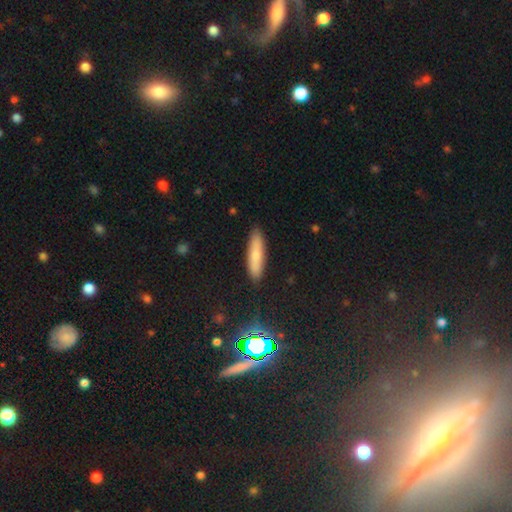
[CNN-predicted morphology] Overall: smooth (73%). How rounded: cigar-shaped (74%). Merging: none (88%).